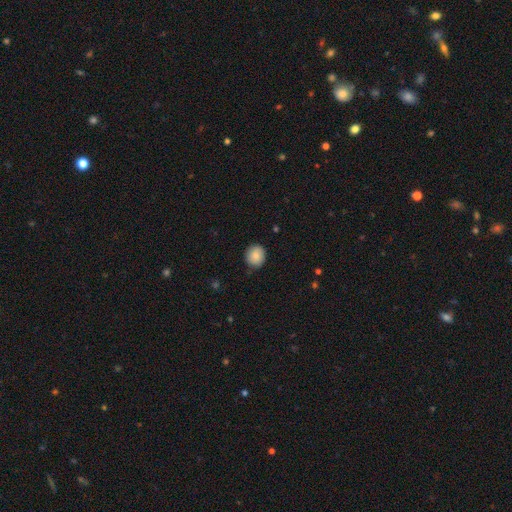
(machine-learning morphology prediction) A smooth galaxy with no disk features (86%) that is round (80%).

Vote fractions:
- Smooth or featured? smooth: 86% / star or artifact: 8% / featured or disk: 6%
- How rounded? round: 80% / in between: 19% / cigar-shaped: 1%
- Merging? none: 84% / minor disturbance: 13% / major disturbance: 3% / merger: 1%